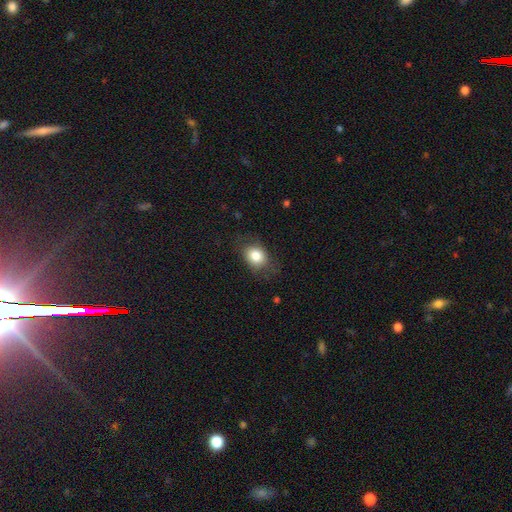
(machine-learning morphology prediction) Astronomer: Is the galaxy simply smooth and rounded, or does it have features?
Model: smooth — 81%.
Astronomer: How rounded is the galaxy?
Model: in between — 54% (runner-up: round, 45%).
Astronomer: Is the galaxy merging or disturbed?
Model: none — 71%.